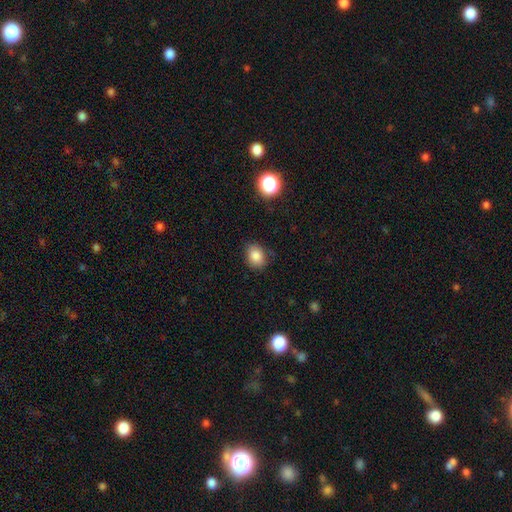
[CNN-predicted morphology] smooth 84%, star or artifact 10%, featured or disk 5%. Down the decision tree: how rounded — in between (55%); merging — none (82%).